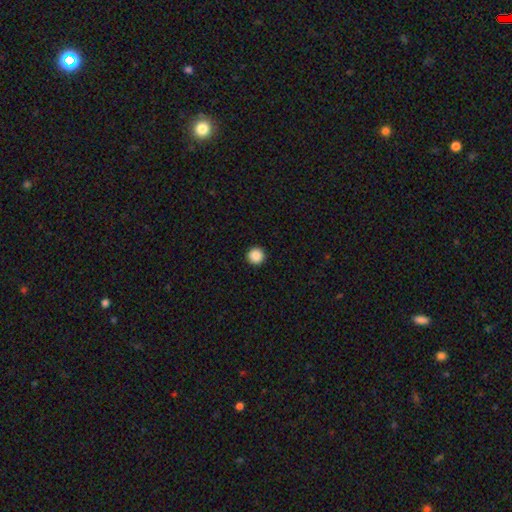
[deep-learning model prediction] smooth_or_featured: smooth (p=0.89) [alt: star or artifact p=0.09]
how_rounded: round (p=0.96) [alt: in between p=0.03]
merging: none (p=0.94) [alt: minor disturbance p=0.04]